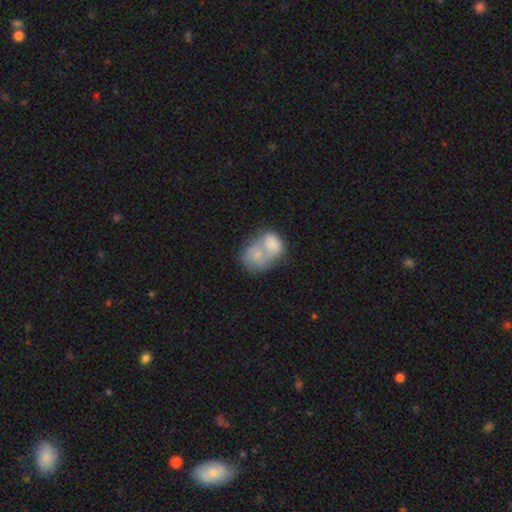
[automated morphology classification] smooth-or-featured: smooth: 62% | featured or disk: 31% | star or artifact: 7%
  how-rounded: in between: 54% | round: 45% | cigar-shaped: 1%
  merging: merger: 73% | none: 13% | minor disturbance: 7% | major disturbance: 7%